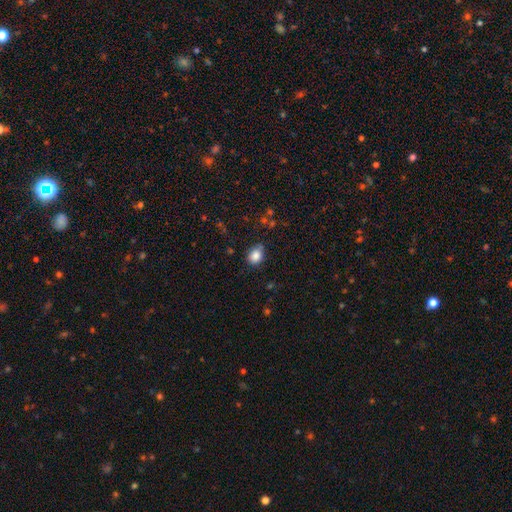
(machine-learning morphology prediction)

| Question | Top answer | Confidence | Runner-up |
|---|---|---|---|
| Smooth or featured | smooth | 86% | star or artifact (9%) |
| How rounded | in between | 55% | round (44%) |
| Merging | none | 73% | minor disturbance (21%) |